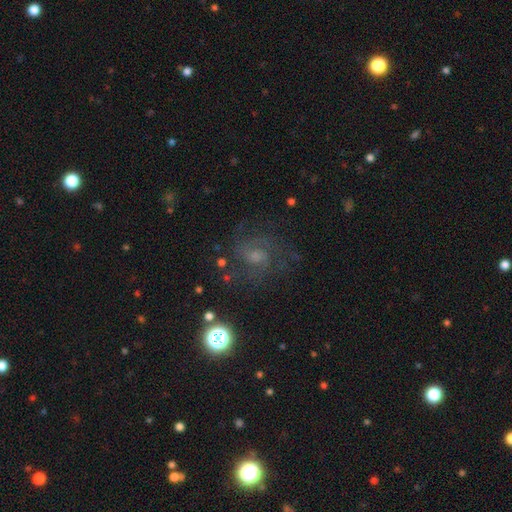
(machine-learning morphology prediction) A featured or disk galaxy (65%) with no bar (55%), 2 (33%) medium (47%) spiral arms (90%) and a moderate central bulge (41%).

Vote fractions:
- Smooth or featured? featured or disk: 65% / smooth: 18% / star or artifact: 17%
- Edge-on disk? no: 97% / yes: 3%
- Bar? no: 55% / weak: 39% / strong: 6%
- Spiral arms? yes: 90% / no: 10%
- Spiral winding? medium: 47% / tight: 37% / loose: 16%
- Spiral arm count? 2: 33% / can't tell: 32% / 3: 18% / 4: 7% / 1: 5% / more than 4: 5%
- Bulge size? moderate: 41% / small: 36% / none: 15% / large: 7% / dominant: 2%
- Merging? none: 68% / minor disturbance: 16% / major disturbance: 14% / merger: 2%